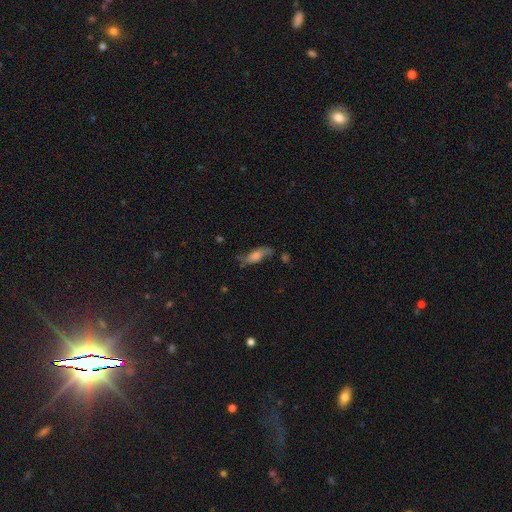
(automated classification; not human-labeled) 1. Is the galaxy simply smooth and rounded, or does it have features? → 47% featured or disk, 42% smooth, 11% star or artifact.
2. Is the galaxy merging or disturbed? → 61% none, 23% minor disturbance, 11% major disturbance, 4% merger.